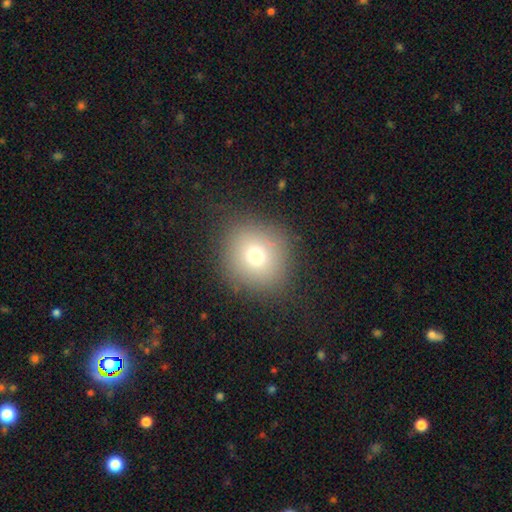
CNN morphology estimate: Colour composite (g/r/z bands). It shows a smooth galaxy with no disk features (72%) that is round (86%). Merging: none (84%).